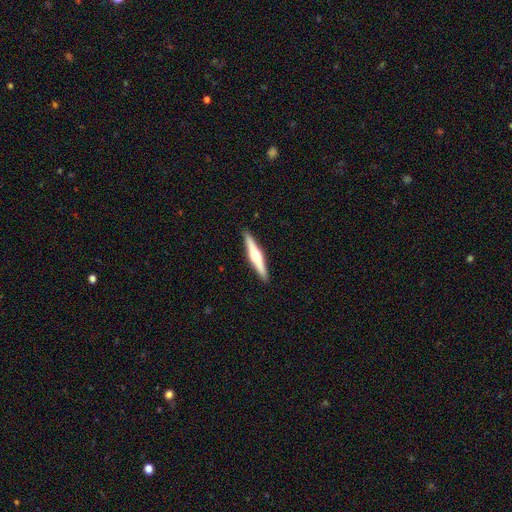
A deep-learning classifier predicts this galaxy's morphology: Smooth or featured: featured or disk — 63% (smooth — 33%)
Edge-on disk: yes — 97% (no — 3%)
Edge-on bulge: rounded — 92% (boxy — 4%)
Merging: none — 91% (minor disturbance — 6%)